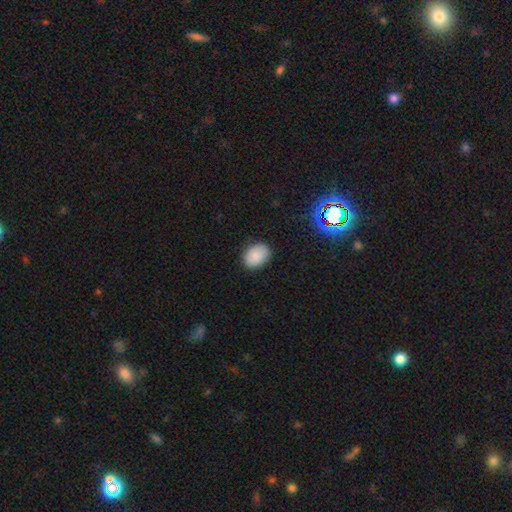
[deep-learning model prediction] Overall: smooth (88%). How rounded: in between (73%). Merging: none (86%).